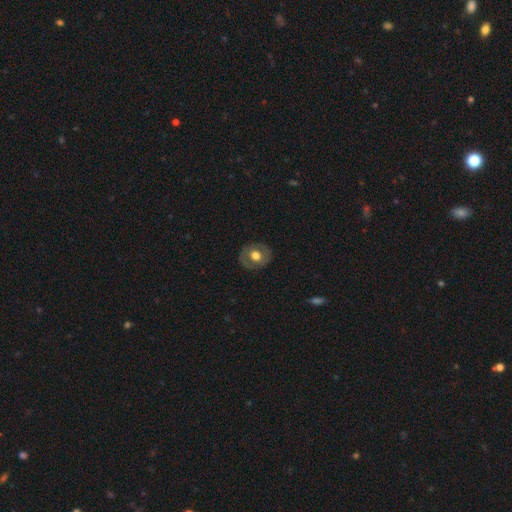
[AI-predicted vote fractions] This appears to be a smooth galaxy with no disk features (52%) that is round (73%). Merging: none (84%).